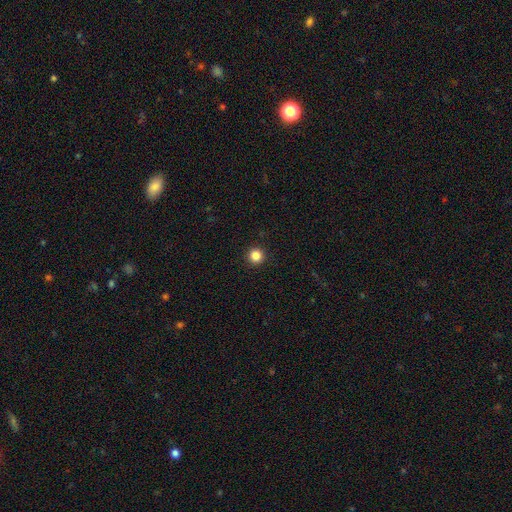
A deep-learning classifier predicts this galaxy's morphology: Smooth or featured? Predicted: smooth (p=0.85). How rounded? Predicted: round (p=0.96). Merging? Predicted: none (p=0.93).